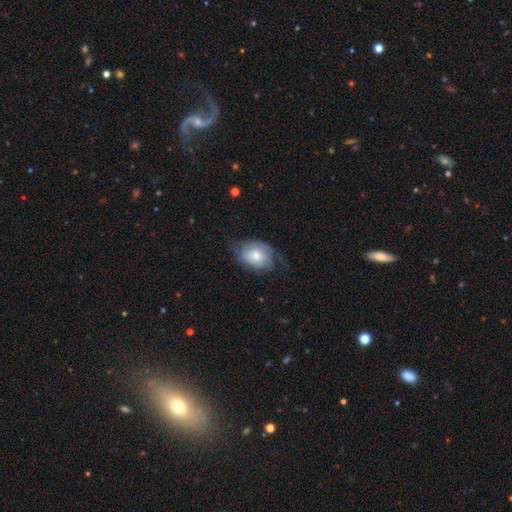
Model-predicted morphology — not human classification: smooth 55%, featured or disk 37%, star or artifact 7%. Down the decision tree: how rounded — in between (68%); merging — none (45%).